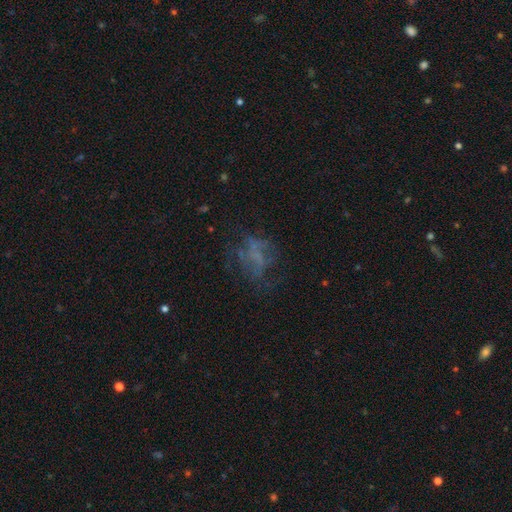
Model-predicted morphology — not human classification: smooth-or-featured: featured or disk: 46% | smooth: 29% | star or artifact: 25%
  merging: none: 49% | major disturbance: 31% | minor disturbance: 18% | merger: 3%